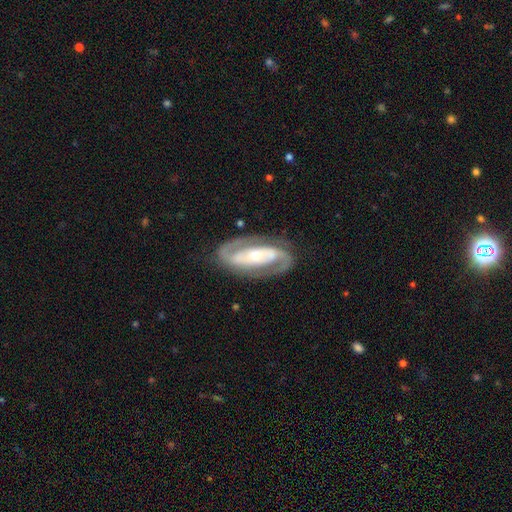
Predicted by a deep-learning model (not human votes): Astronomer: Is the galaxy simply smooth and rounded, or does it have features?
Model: featured or disk — 89%.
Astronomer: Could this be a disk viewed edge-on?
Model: no — 95%.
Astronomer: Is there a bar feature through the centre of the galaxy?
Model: strong — 45% (runner-up: no, 33%).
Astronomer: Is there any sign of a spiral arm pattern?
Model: yes — 95%.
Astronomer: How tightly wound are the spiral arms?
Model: medium — 47% (runner-up: tight, 38%).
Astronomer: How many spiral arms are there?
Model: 2 — 92%.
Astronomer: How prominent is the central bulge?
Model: small — 48% (runner-up: moderate, 45%).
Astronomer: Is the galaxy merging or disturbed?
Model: none — 83%.